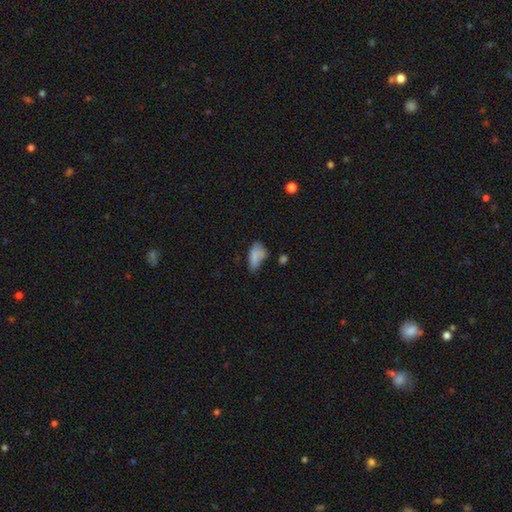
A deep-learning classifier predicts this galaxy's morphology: smooth_or_featured: smooth (p=0.79) [alt: featured or disk p=0.11]
how_rounded: in between (p=0.87) [alt: cigar-shaped p=0.09]
merging: none (p=0.38) [alt: minor disturbance p=0.36]